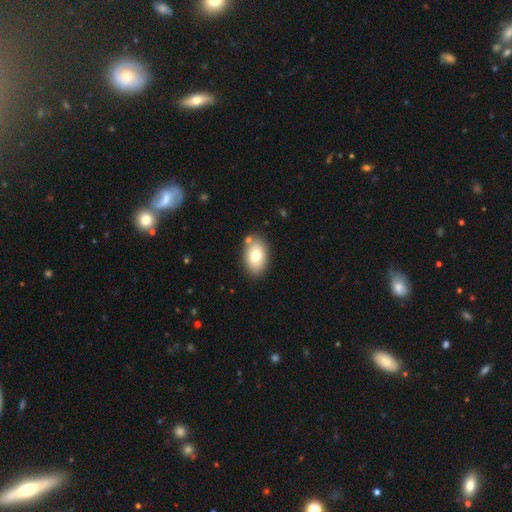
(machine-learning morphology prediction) Smooth or featured: smooth — 75% (featured or disk — 17%)
How rounded: in between — 88% (round — 10%)
Merging: none — 79% (minor disturbance — 12%)